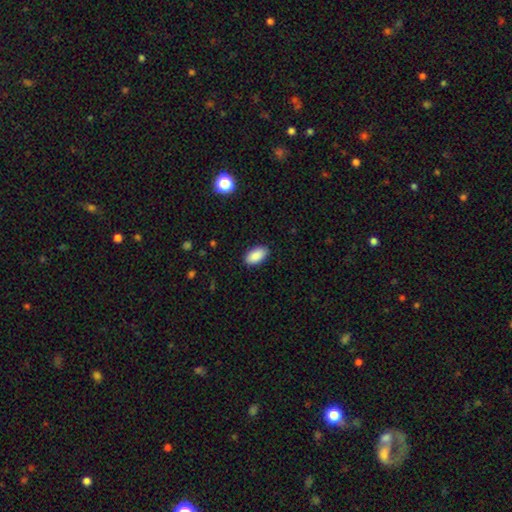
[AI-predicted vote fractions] smooth-or-featured: smooth: 89% | star or artifact: 7% | featured or disk: 4%
  how-rounded: in between: 94% | round: 3% | cigar-shaped: 2%
  merging: none: 88% | minor disturbance: 9% | major disturbance: 2% | merger: 1%